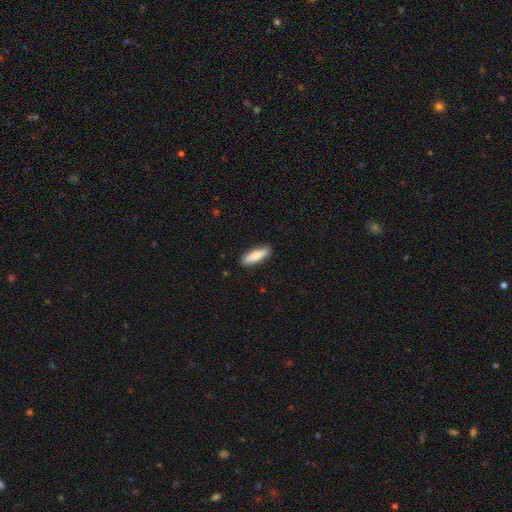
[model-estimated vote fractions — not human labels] smooth_or_featured: smooth (p=0.80) [alt: featured or disk p=0.15]
how_rounded: cigar-shaped (p=0.50) [alt: in between p=0.49]
merging: none (p=0.89) [alt: minor disturbance p=0.08]